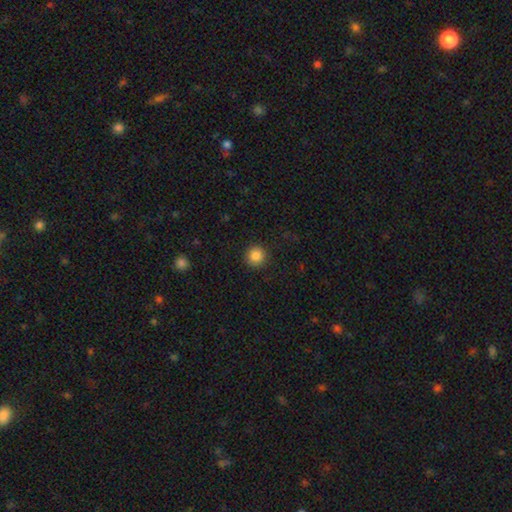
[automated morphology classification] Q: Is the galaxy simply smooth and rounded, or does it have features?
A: smooth — 85%.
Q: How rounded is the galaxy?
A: round — 95%.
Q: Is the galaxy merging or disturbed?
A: none — 91%.